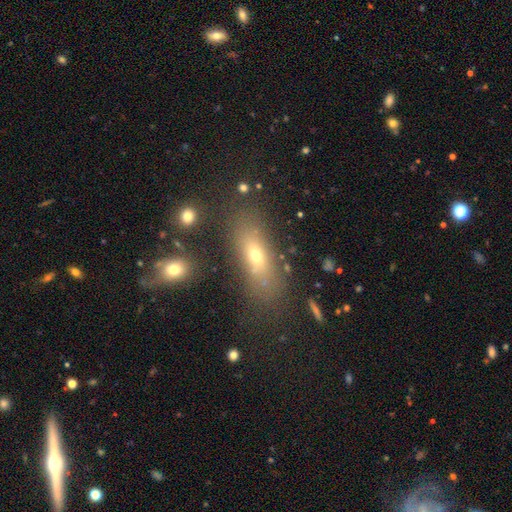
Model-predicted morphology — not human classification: smooth 58%, featured or disk 24%, star or artifact 18%. Down the decision tree: how rounded — in between (59%); merging — none (74%).